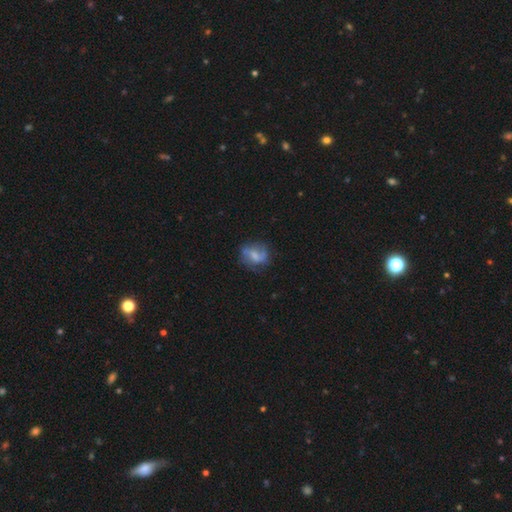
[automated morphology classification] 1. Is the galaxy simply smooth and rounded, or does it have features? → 48% featured or disk, 43% smooth, 9% star or artifact.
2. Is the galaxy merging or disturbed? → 56% none, 25% minor disturbance, 15% major disturbance, 4% merger.